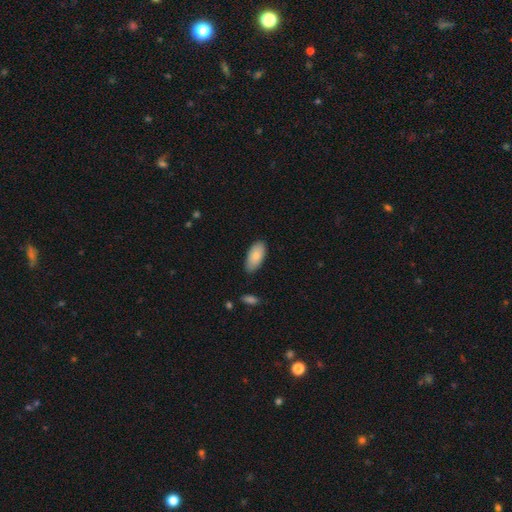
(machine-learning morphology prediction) Smooth or featured?
  - smooth: 82% *
  - featured or disk: 11%
  - star or artifact: 6%
How rounded?
  - in between: 92% *
  - cigar-shaped: 6%
  - round: 2%
Merging?
  - none: 82% *
  - minor disturbance: 14%
  - major disturbance: 2%
  - merger: 2%